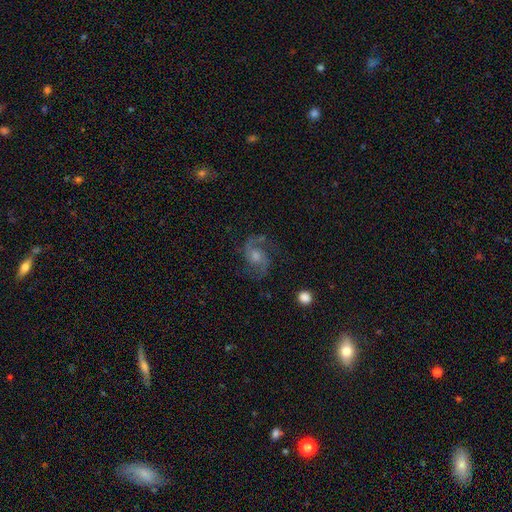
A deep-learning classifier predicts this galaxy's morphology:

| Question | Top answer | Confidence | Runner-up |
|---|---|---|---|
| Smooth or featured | featured or disk | 83% | star or artifact (9%) |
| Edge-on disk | no | 97% | yes (3%) |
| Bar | no | 61% | weak (33%) |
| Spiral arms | yes | 97% | no (3%) |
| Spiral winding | medium | 53% | loose (34%) |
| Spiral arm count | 2 | 88% | can't tell (4%) |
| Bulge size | moderate | 54% | small (33%) |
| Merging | none | 75% | minor disturbance (15%) |